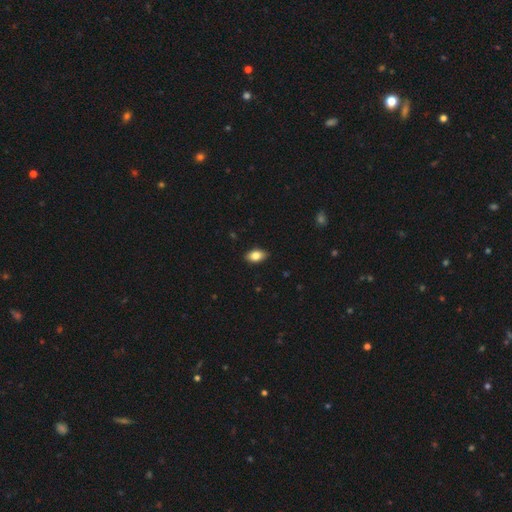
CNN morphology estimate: smooth 83%, featured or disk 9%, star or artifact 8%. Down the decision tree: how rounded — in between (89%); merging — none (86%).